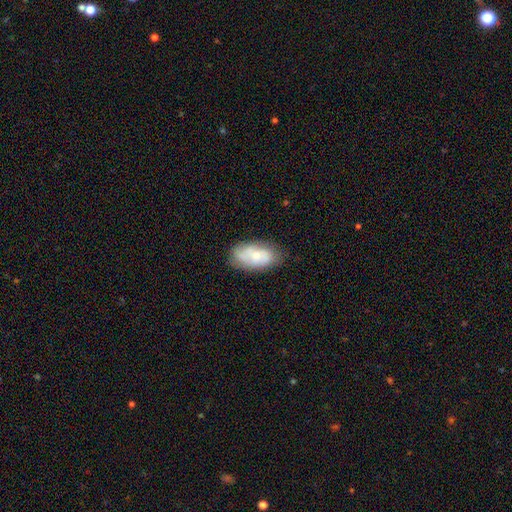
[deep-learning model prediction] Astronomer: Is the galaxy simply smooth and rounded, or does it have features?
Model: smooth — 54% (runner-up: featured or disk, 38%).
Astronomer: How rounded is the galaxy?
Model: in between — 91%.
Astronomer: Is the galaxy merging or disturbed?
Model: none — 69%.